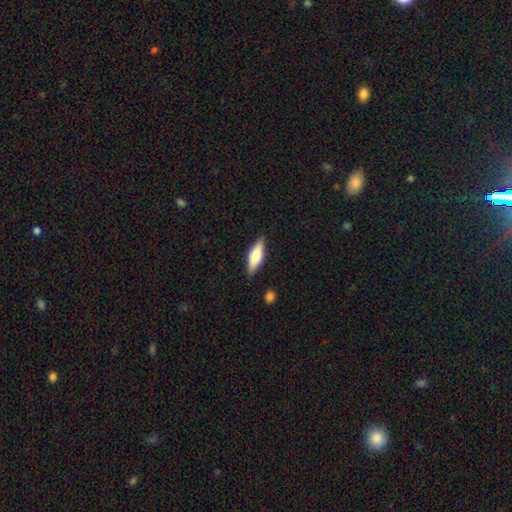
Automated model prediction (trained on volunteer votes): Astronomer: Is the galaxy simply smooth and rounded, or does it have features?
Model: smooth — 59% (runner-up: featured or disk, 35%).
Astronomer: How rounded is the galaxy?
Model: in between — 53% (runner-up: cigar-shaped, 44%).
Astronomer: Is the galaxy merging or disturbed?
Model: none — 85%.